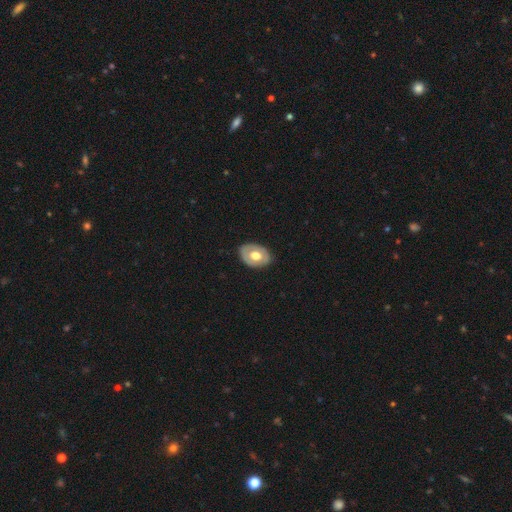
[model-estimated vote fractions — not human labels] Overall: smooth (52%; featured or disk 43%). How rounded: in between (78%). Merging: none (83%).